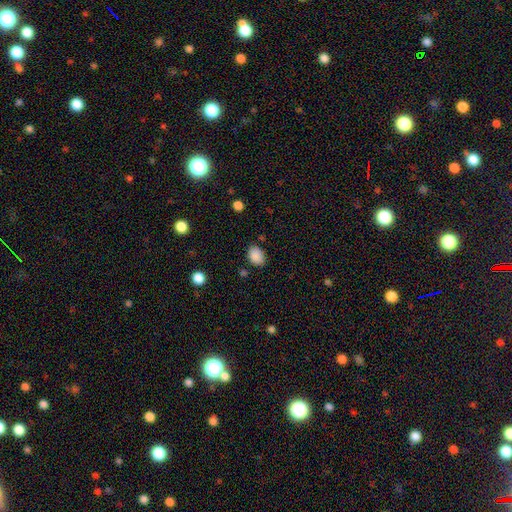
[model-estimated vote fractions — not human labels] Smooth or featured: smooth — 88% (star or artifact — 9%)
How rounded: in between — 69% (round — 30%)
Merging: none — 80% (minor disturbance — 14%)